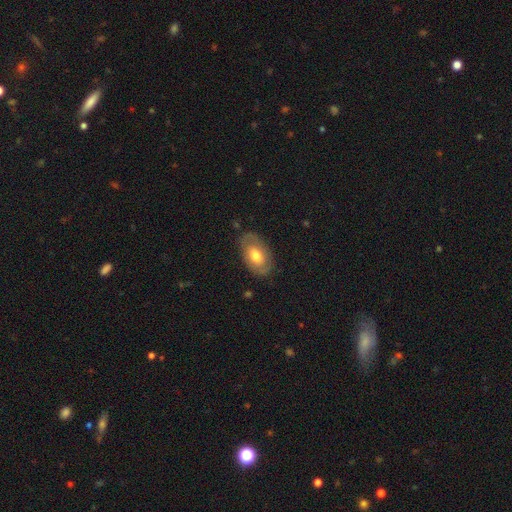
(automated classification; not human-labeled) Smooth or featured?
  - smooth: 50% *
  - featured or disk: 44%
  - star or artifact: 6%
How rounded?
  - in between: 91% *
  - round: 8%
  - cigar-shaped: 2%
Merging?
  - none: 79% *
  - minor disturbance: 16%
  - major disturbance: 5%
  - merger: 1%